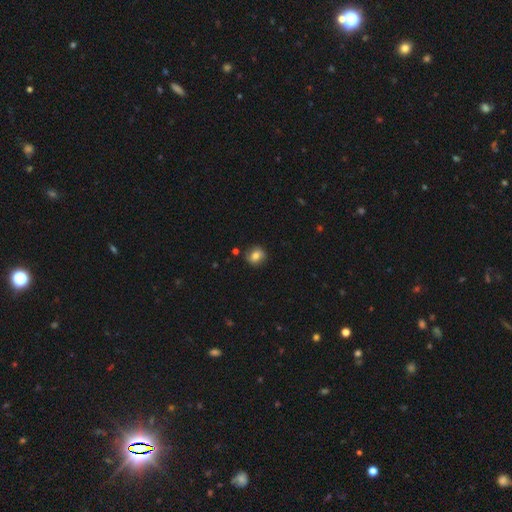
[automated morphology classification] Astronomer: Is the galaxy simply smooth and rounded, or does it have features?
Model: smooth — 77%.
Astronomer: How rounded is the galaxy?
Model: round — 71%.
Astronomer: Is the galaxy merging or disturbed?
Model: none — 84%.